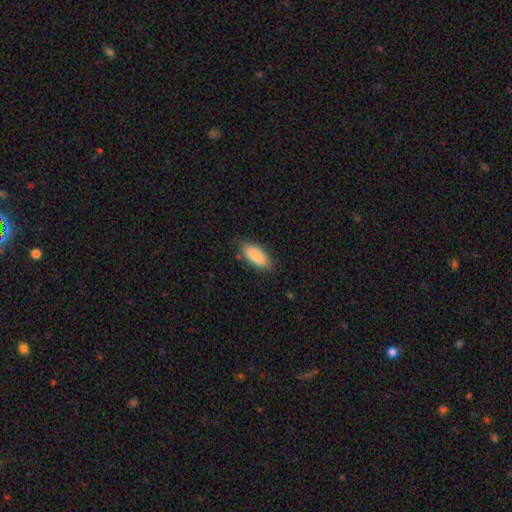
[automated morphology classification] Smooth or featured? Predicted: smooth (p=0.88). How rounded? Predicted: in between (p=0.84). Merging? Predicted: none (p=0.79).